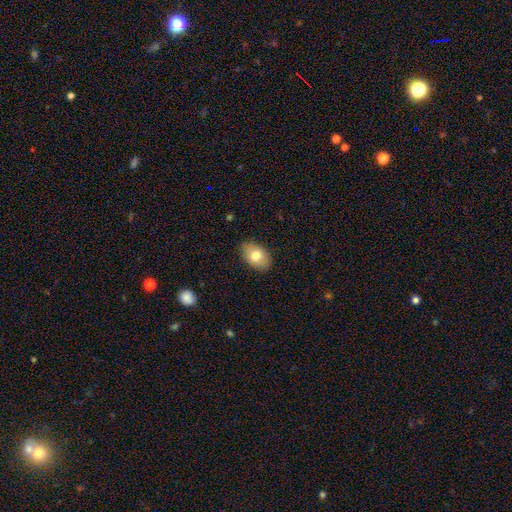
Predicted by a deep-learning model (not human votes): smooth-or-featured: smooth: 76% | featured or disk: 17% | star or artifact: 8%
  how-rounded: in between: 86% | round: 13% | cigar-shaped: 1%
  merging: none: 85% | minor disturbance: 12% | major disturbance: 2% | merger: 1%